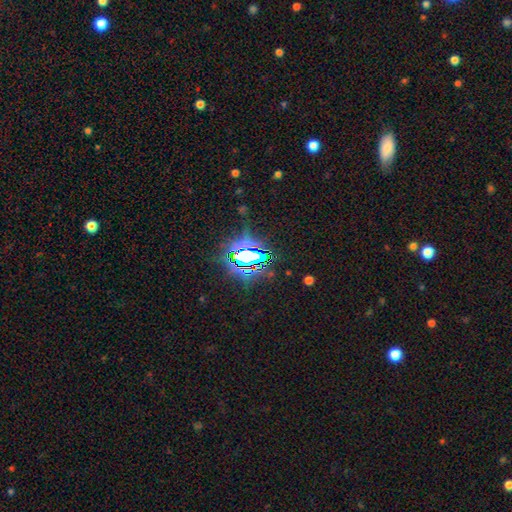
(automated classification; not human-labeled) Q: Smooth or featured?
A: star or artifact (81%); runner-up: smooth (11%)